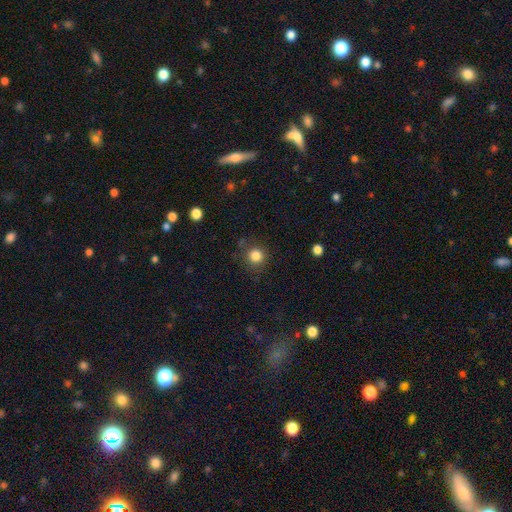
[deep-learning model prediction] Morphology: type=smooth (84%); roundness=round (92%); merging=none (83%).